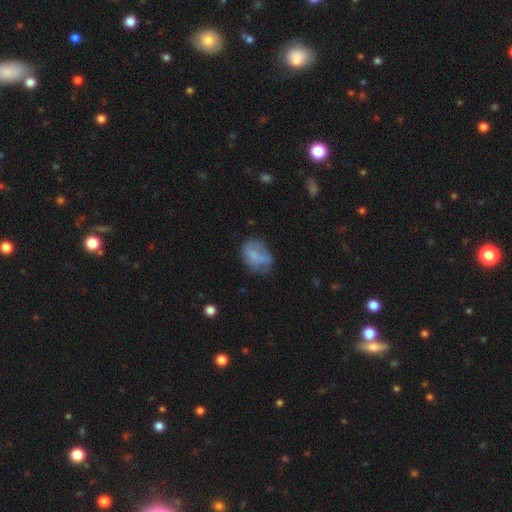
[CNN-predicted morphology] The model was most divided on "merging": none: 45%, minor disturbance: 31%, major disturbance: 20%, merger: 4%. More confident: how rounded — in between (74%); smooth or featured — smooth (62%).